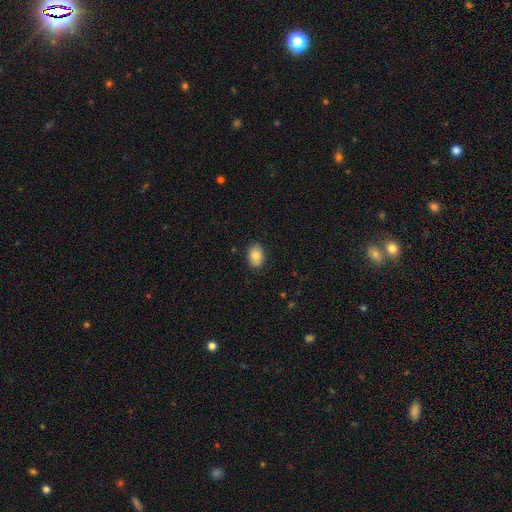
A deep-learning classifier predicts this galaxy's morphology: smooth_or_featured: smooth (p=0.82) [alt: featured or disk p=0.10]
how_rounded: in between (p=0.83) [alt: round p=0.16]
merging: none (p=0.87) [alt: minor disturbance p=0.10]